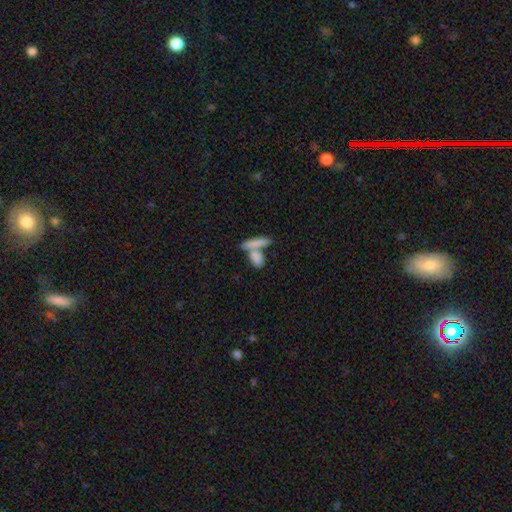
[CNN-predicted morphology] type=smooth (74%); roundness=in between (52%); merging=merger (49%).